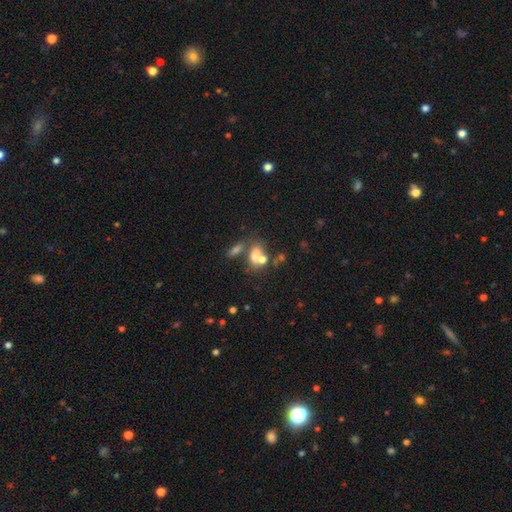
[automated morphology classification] Smooth or featured? smooth (66%)
How rounded? in between (70%)
Merging? merger (51%)